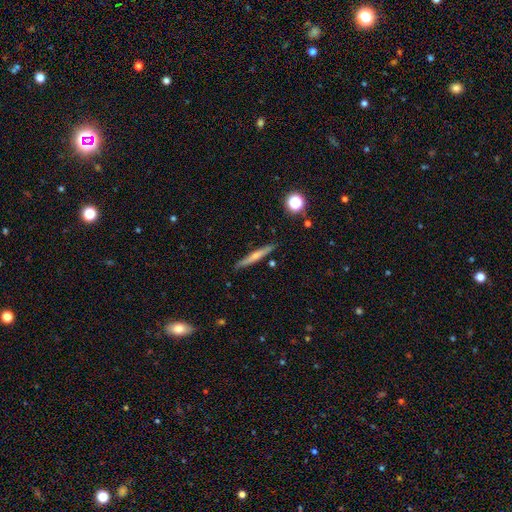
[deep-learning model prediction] smooth-or-featured: featured or disk: 47% | smooth: 46% | star or artifact: 7%
  merging: none: 87% | minor disturbance: 10% | merger: 2% | major disturbance: 2%